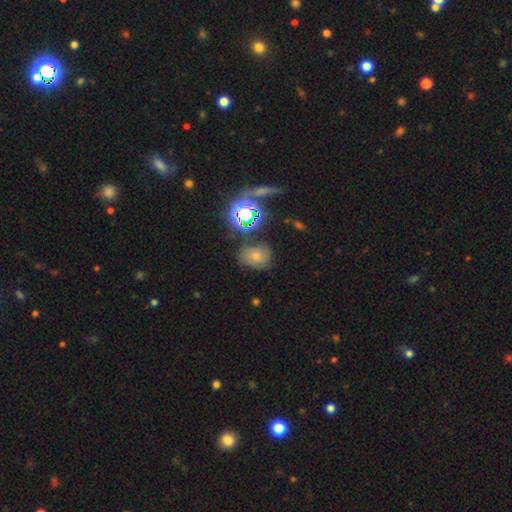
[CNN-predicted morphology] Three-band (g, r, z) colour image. It shows a smooth galaxy with no disk features (46%). Merging: none (66%).